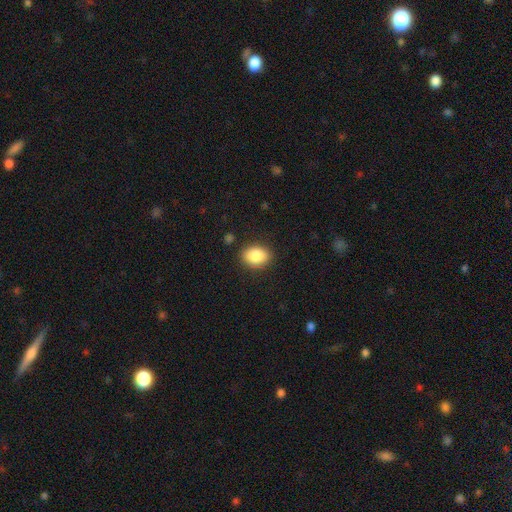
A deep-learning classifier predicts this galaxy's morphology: A smooth galaxy with no disk features (87%) that is in between round and cigar-shaped (68%). Merging: none (86%).